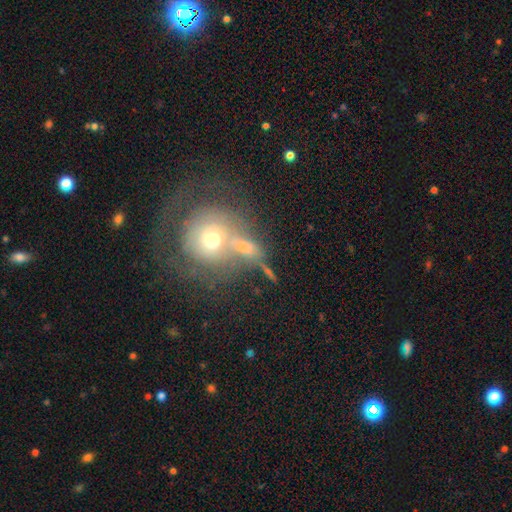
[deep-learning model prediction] Smooth or featured? smooth (44%, tied with featured or disk)
Merging? merger (52%)